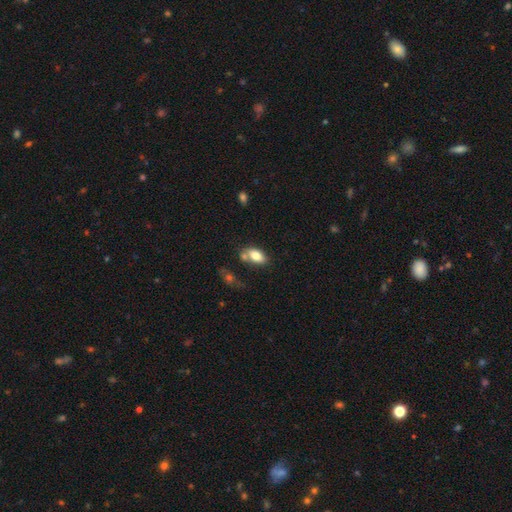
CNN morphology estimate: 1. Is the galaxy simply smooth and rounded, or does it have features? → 77% smooth, 15% featured or disk, 7% star or artifact.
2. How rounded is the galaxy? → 90% in between, 6% round, 4% cigar-shaped.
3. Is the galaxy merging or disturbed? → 55% none, 22% merger, 17% minor disturbance, 6% major disturbance.